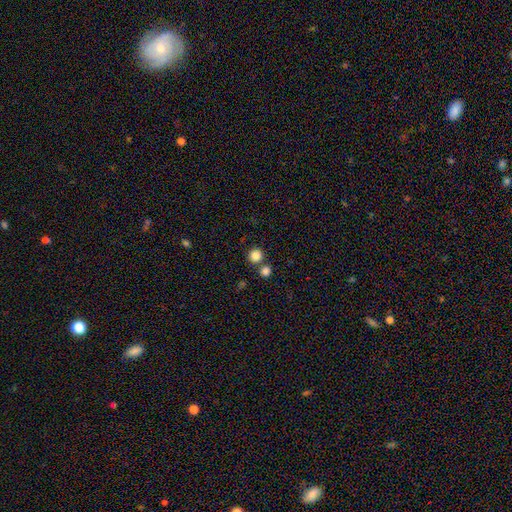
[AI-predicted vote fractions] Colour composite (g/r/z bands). It shows a smooth galaxy with no disk features (84%) that is round (93%). Merging: none (75%).